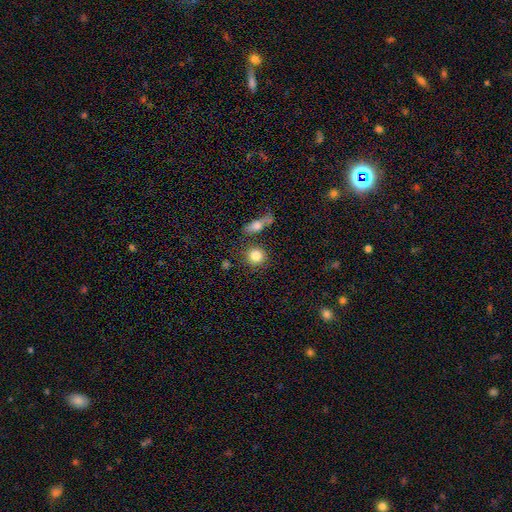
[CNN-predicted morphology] Smooth or featured?
  - smooth: 83% *
  - star or artifact: 9%
  - featured or disk: 8%
How rounded?
  - round: 88% *
  - in between: 10%
  - cigar-shaped: 2%
Merging?
  - none: 76% *
  - minor disturbance: 10%
  - merger: 10%
  - major disturbance: 4%